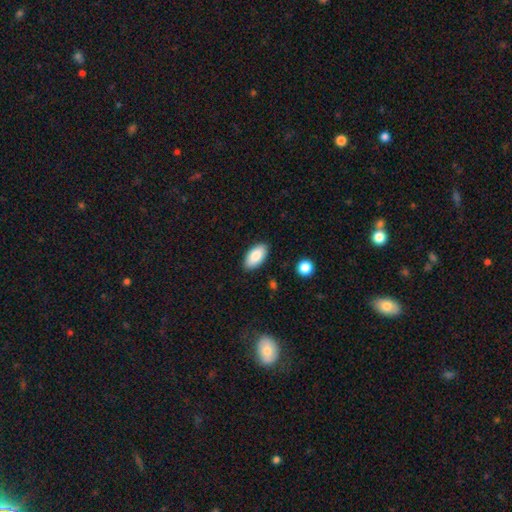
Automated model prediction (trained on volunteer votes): This appears to be a smooth galaxy with no disk features (85%) that is in between round and cigar-shaped (94%). Merging: none (87%).